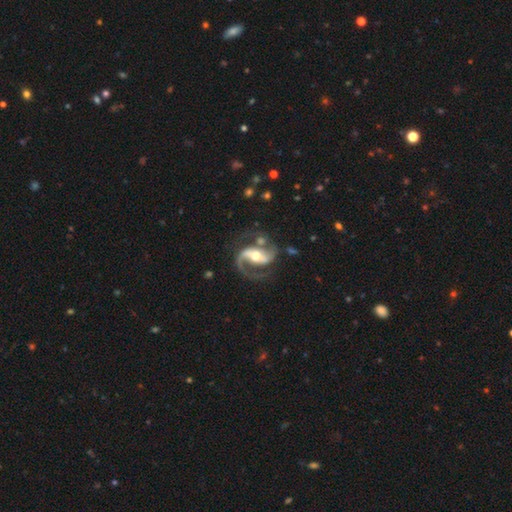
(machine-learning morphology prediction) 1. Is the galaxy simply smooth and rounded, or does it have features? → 91% featured or disk, 5% smooth, 4% star or artifact.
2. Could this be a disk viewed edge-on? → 97% no, 3% yes.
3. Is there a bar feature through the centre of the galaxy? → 48% strong, 32% weak, 20% no.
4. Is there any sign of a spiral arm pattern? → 97% yes, 3% no.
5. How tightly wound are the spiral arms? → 55% medium, 32% loose, 13% tight.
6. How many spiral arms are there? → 84% 2, 11% 1, 2% can't tell, 1% 3, 1% 4, 1% more than 4.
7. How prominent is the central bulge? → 70% moderate, 18% small, 10% large, 1% none, 1% dominant.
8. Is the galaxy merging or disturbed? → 64% none, 16% minor disturbance, 15% major disturbance, 5% merger.